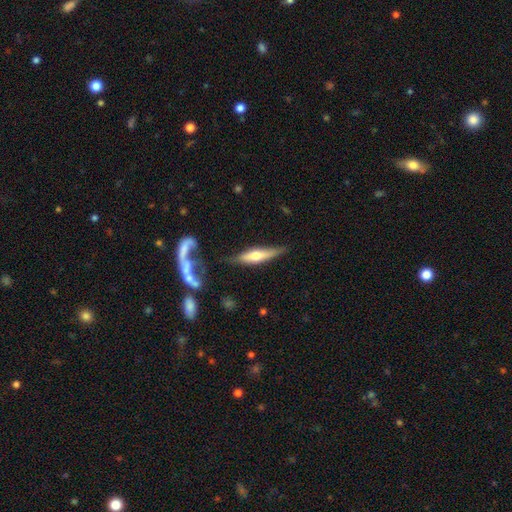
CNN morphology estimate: Smooth or featured? Predicted: featured or disk (p=0.54). Edge-on disk? Predicted: yes (p=0.90). Merging? Predicted: none (p=0.71).